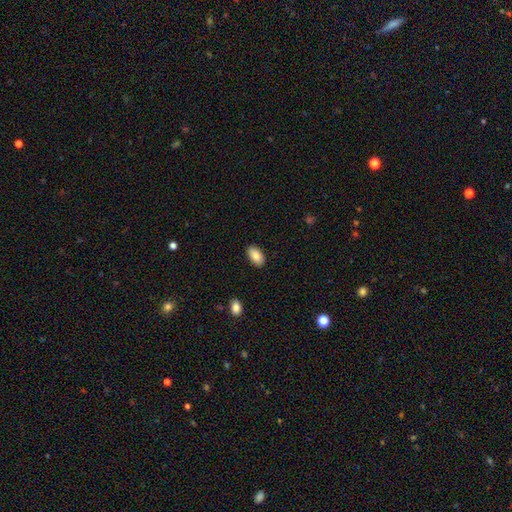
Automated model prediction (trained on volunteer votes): This appears to be a smooth galaxy with no disk features (86%) that is in between round and cigar-shaped (94%). Merging: none (88%).